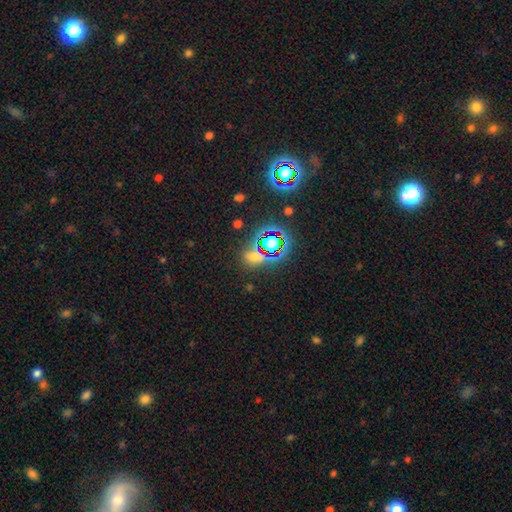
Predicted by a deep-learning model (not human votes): Morphology: type=star or artifact (65%).